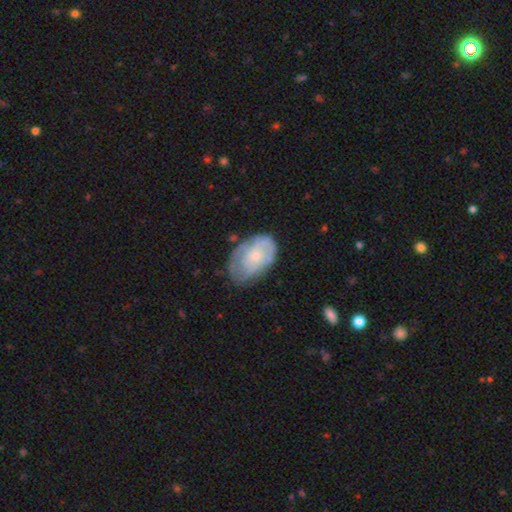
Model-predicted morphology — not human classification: Smooth or featured?
  - smooth: 47% * (tied)
  - featured or disk: 47% * (tied)
  - star or artifact: 6%
Merging?
  - none: 57% *
  - minor disturbance: 30%
  - major disturbance: 11%
  - merger: 2%